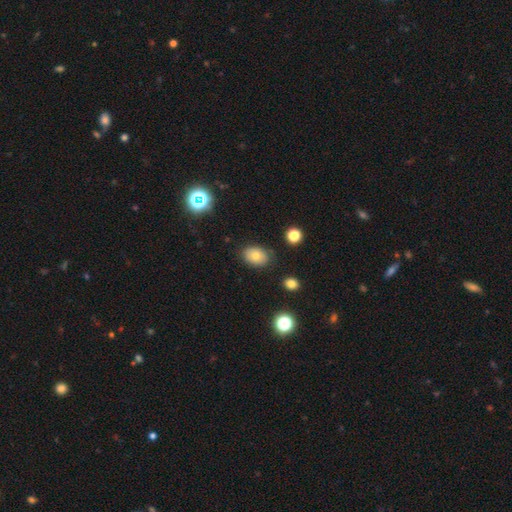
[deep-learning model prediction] smooth_or_featured: smooth (p=0.74) [alt: featured or disk p=0.14]
how_rounded: in between (p=0.76) [alt: round p=0.23]
merging: none (p=0.81) [alt: minor disturbance p=0.14]